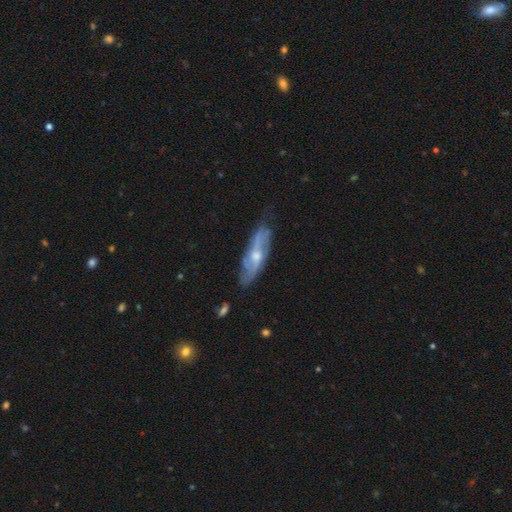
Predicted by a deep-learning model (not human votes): Morphology: type=featured or disk (72%); edge-on=no (69%); merging=none (73%).